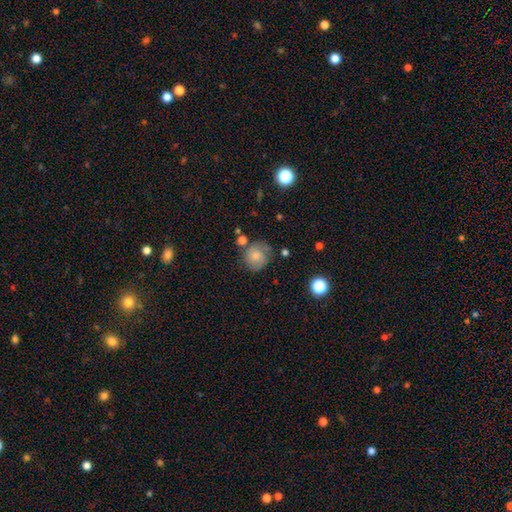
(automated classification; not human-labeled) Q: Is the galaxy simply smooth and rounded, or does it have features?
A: smooth — 67%.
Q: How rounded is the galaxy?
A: round — 86%.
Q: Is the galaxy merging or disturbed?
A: none — 61%.